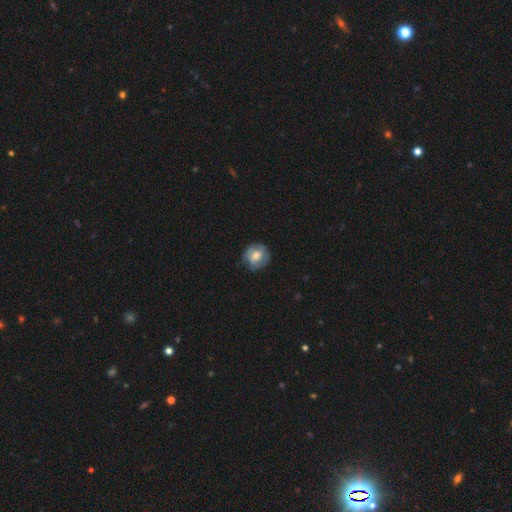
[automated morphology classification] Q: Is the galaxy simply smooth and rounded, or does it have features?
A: smooth — 57%.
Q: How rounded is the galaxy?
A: round — 83%.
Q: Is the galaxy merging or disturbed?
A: none — 72%.